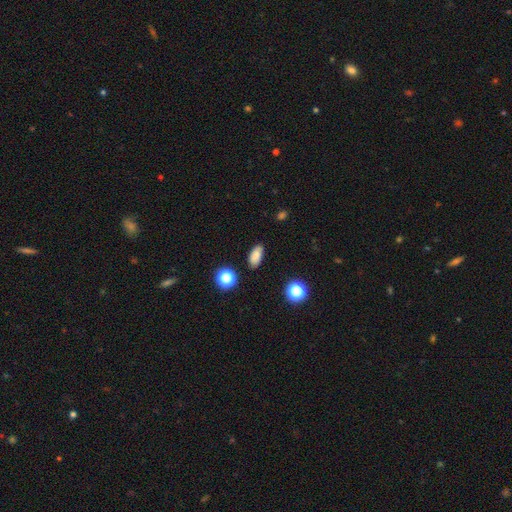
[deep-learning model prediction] smooth 84%, star or artifact 11%, featured or disk 5%. Down the decision tree: how rounded — in between (87%); merging — none (84%).